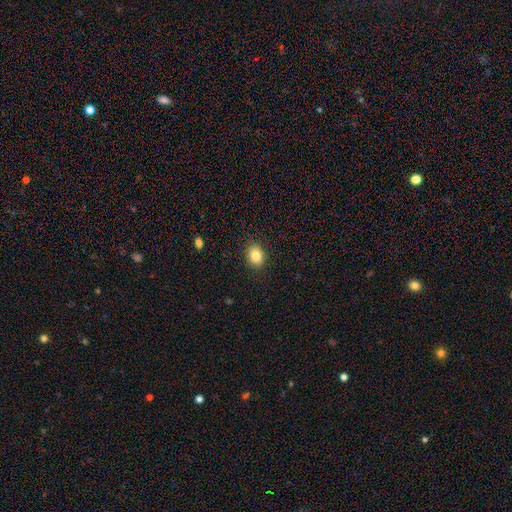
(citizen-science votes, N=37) Smooth or featured? 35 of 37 (95%) said smooth. How rounded? 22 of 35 (63%) said in between. Merging? 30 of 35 (86%) said none.